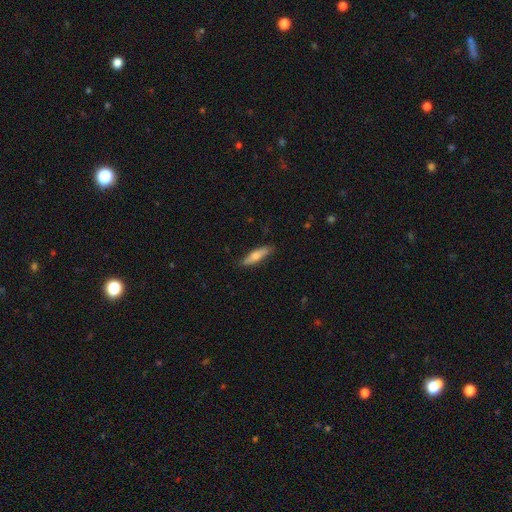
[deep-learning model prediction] smooth-or-featured: smooth: 63% | featured or disk: 31% | star or artifact: 6%
  how-rounded: cigar-shaped: 71% | in between: 27% | round: 2%
  merging: none: 84% | minor disturbance: 13% | major disturbance: 2% | merger: 1%